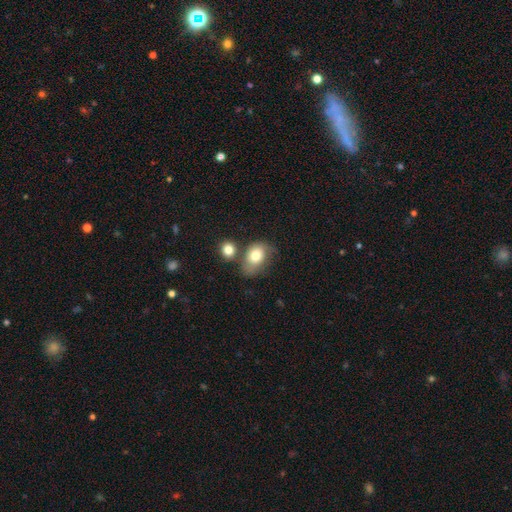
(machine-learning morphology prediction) Smooth or featured? smooth (76%)
How rounded? in between (66%)
Merging? none (41%)